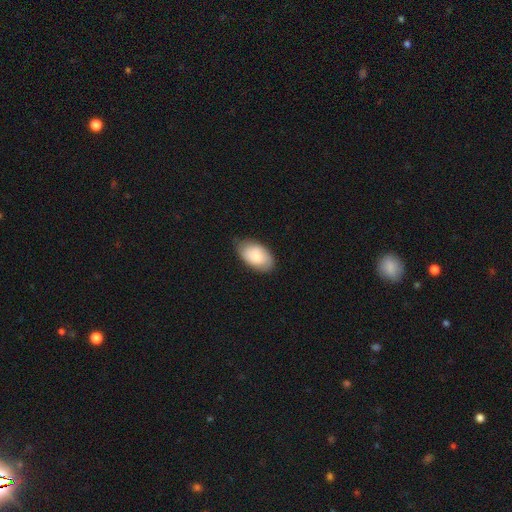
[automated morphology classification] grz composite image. It shows a smooth galaxy with no disk features (77%) that is in between round and cigar-shaped (94%). Merging: none (70%).